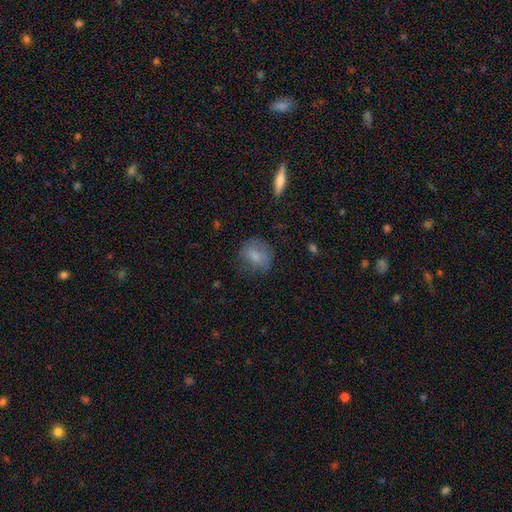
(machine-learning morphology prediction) Overall: smooth (76%). How rounded: round (68%; in between 30%). Merging: none (67%).